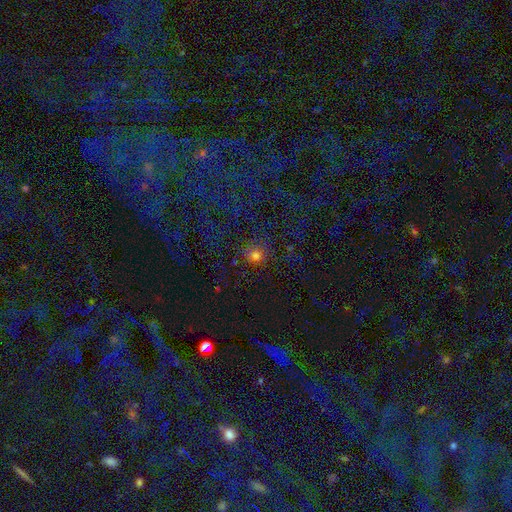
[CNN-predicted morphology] This appears to be a smooth galaxy with no disk features (67%) that is round (87%). Merging: none (76%).